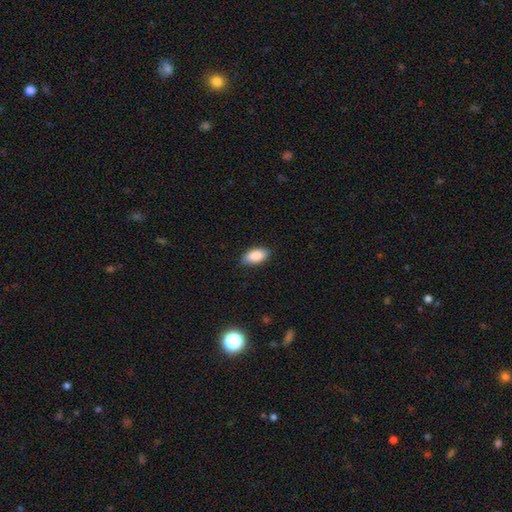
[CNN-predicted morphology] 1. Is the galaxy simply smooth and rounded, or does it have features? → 88% smooth, 7% star or artifact, 5% featured or disk.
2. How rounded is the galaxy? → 93% in between, 4% cigar-shaped, 3% round.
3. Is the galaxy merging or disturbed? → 82% none, 14% minor disturbance, 3% major disturbance, 1% merger.